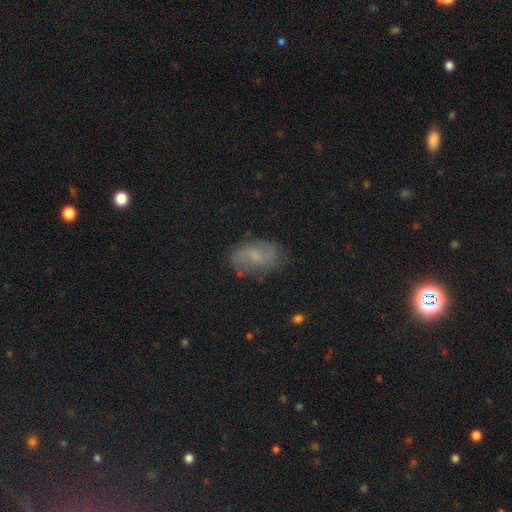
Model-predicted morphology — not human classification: type=featured or disk (57%); edge-on=no (96%); bar=weak (47%); spiral arms=yes (86%); bulge=small (44%); merging=none (74%).